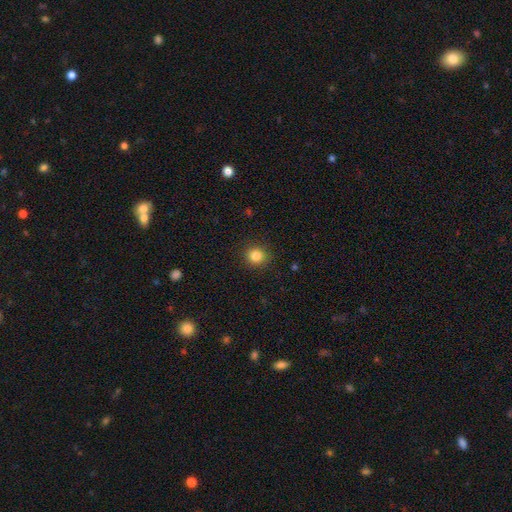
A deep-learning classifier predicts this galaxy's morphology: Smooth or featured?
  - smooth: 84% *
  - star or artifact: 11%
  - featured or disk: 5%
How rounded?
  - round: 89% *
  - in between: 10%
  - cigar-shaped: 1%
Merging?
  - none: 90% *
  - minor disturbance: 6%
  - major disturbance: 2%
  - merger: 1%